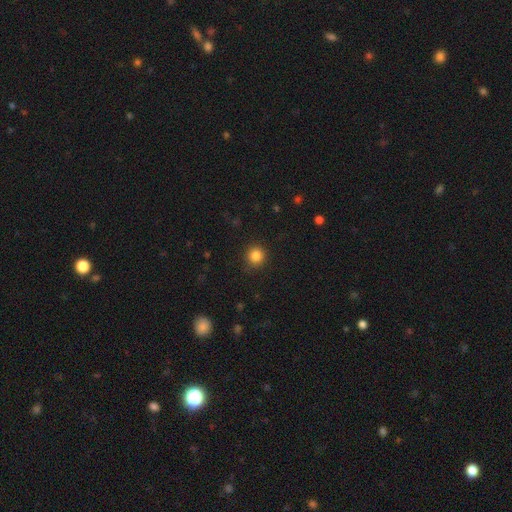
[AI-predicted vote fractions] This appears to be a smooth galaxy with no disk features (84%) that is round (92%). Merging: none (90%).